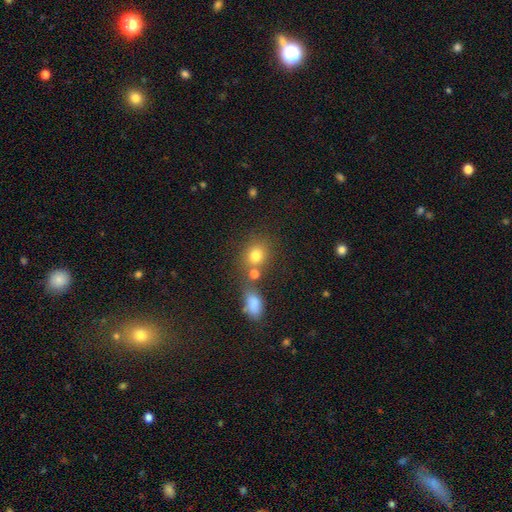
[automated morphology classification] smooth_or_featured: smooth (p=0.78) [alt: star or artifact p=0.13]
how_rounded: round (p=0.69) [alt: in between p=0.30]
merging: none (p=0.57) [alt: merger p=0.27]